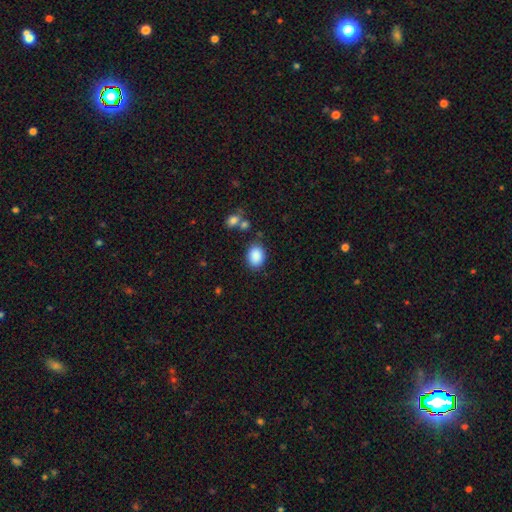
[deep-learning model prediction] Smooth or featured?
  - smooth: 88% *
  - star or artifact: 8%
  - featured or disk: 4%
How rounded?
  - in between: 65% *
  - round: 34%
  - cigar-shaped: 1%
Merging?
  - none: 82% *
  - minor disturbance: 11%
  - major disturbance: 4%
  - merger: 4%